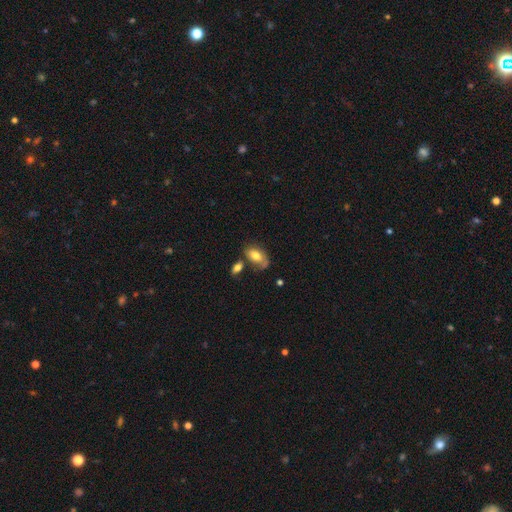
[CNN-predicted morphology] type=smooth (72%); roundness=in between (90%); merging=none (45%).